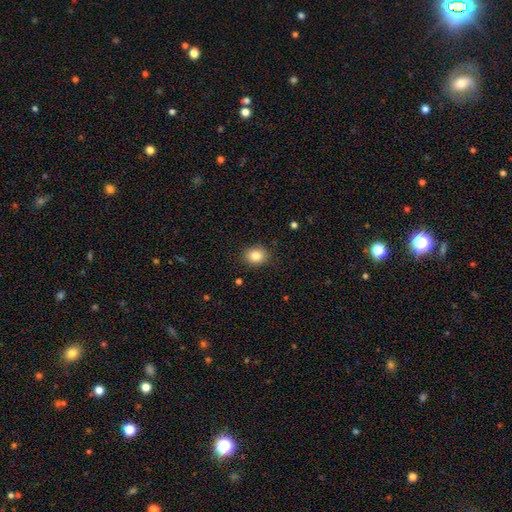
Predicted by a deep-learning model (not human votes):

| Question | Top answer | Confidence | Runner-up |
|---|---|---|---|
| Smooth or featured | smooth | 84% | star or artifact (10%) |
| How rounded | round | 62% | in between (37%) |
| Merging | none | 88% | minor disturbance (9%) |